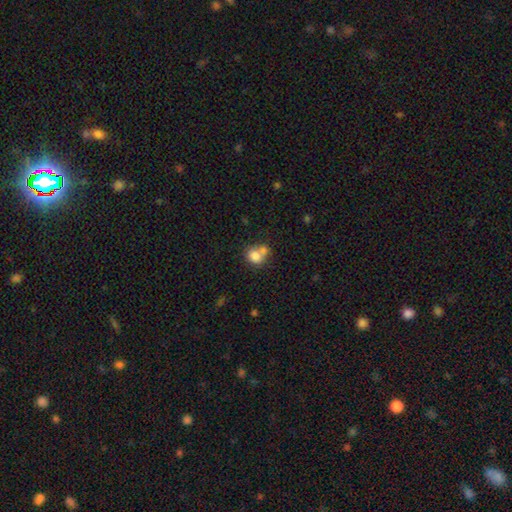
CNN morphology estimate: type=smooth (78%); roundness=round (67%); merging=merger (48%).